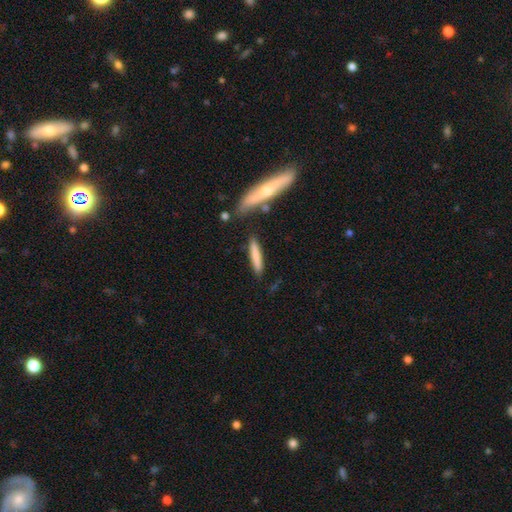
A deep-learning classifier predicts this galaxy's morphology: smooth_or_featured: smooth (p=0.75) [alt: featured or disk p=0.19]
how_rounded: cigar-shaped (p=0.91) [alt: in between p=0.08]
merging: none (p=0.82) [alt: minor disturbance p=0.11]